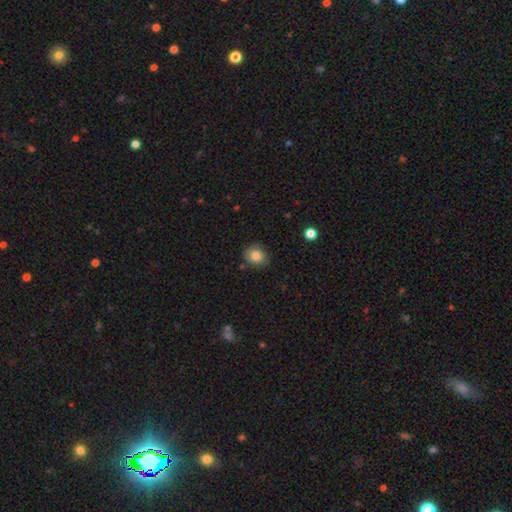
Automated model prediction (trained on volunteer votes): Morphology: type=smooth (83%); roundness=round (68%); merging=none (83%).